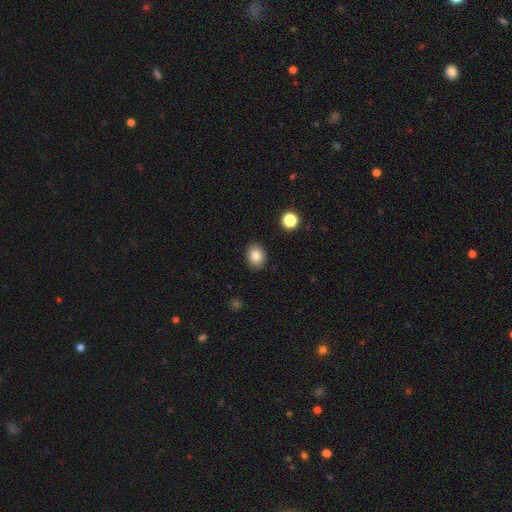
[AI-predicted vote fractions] smooth_or_featured: smooth (p=0.84) [alt: star or artifact p=0.09]
how_rounded: round (p=0.50) [alt: in between p=0.49]
merging: none (p=0.89) [alt: minor disturbance p=0.08]